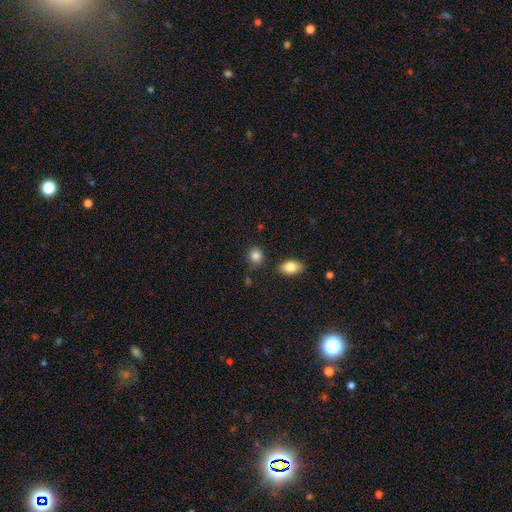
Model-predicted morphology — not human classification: The model was most divided on "how rounded": round: 74%, in between: 25%, cigar-shaped: 1%. More confident: smooth or featured — smooth (86%); merging — none (80%).